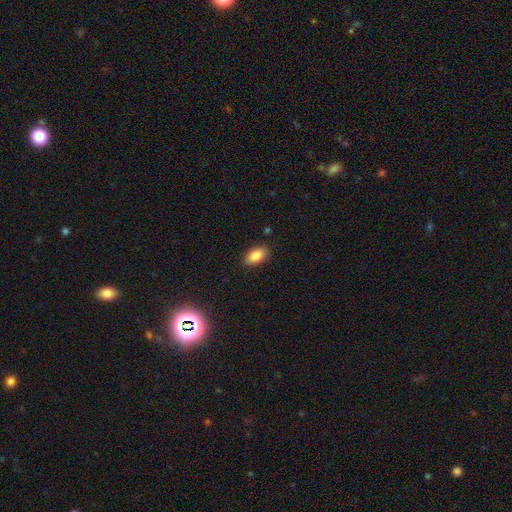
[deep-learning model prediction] A smooth galaxy with no disk features (85%) that is in between round and cigar-shaped (91%). Merging: none (87%).